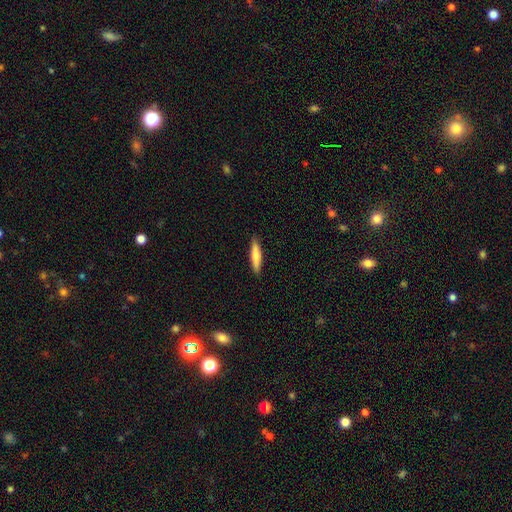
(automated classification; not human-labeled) Q: Smooth or featured?
A: smooth (70%); runner-up: featured or disk (24%)
Q: How rounded?
A: cigar-shaped (86%); runner-up: in between (13%)
Q: Merging?
A: none (90%); runner-up: minor disturbance (7%)